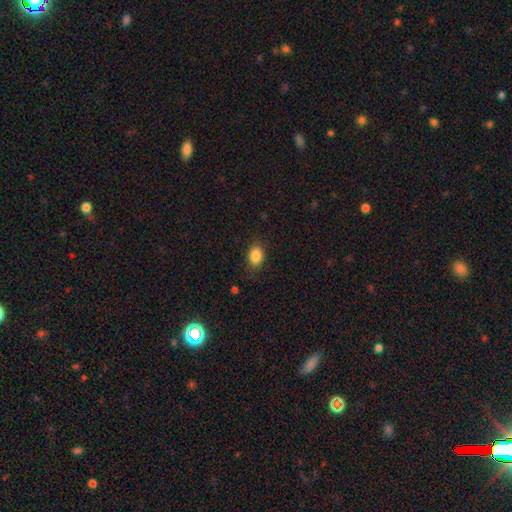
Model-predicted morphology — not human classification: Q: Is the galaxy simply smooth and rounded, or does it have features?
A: smooth — 86%.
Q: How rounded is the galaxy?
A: in between — 72%.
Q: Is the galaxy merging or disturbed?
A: none — 84%.